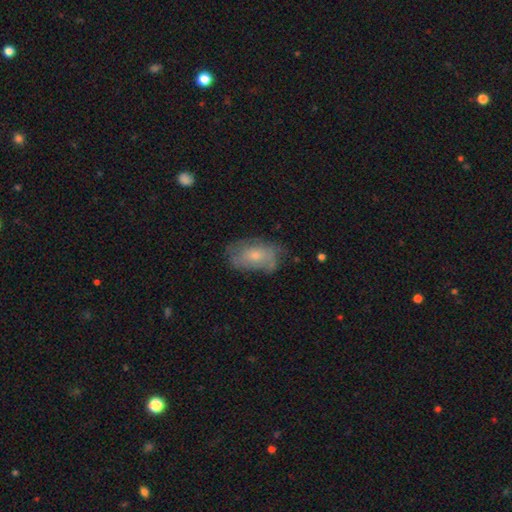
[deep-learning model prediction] Smooth or featured? smooth (52%)
How rounded? in between (91%)
Merging? none (57%)